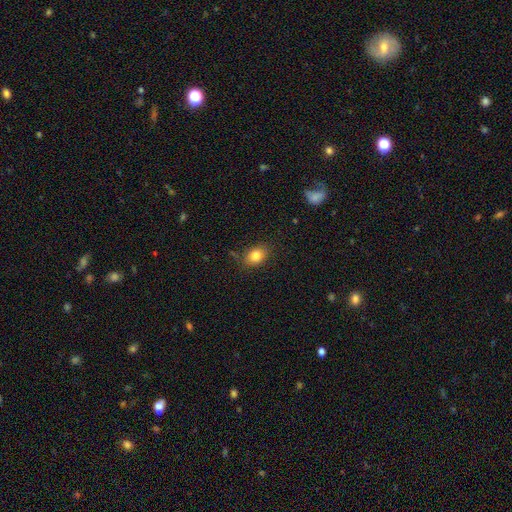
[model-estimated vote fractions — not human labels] Smooth or featured: smooth — 83% (star or artifact — 10%)
How rounded: in between — 65% (round — 34%)
Merging: none — 81% (minor disturbance — 14%)